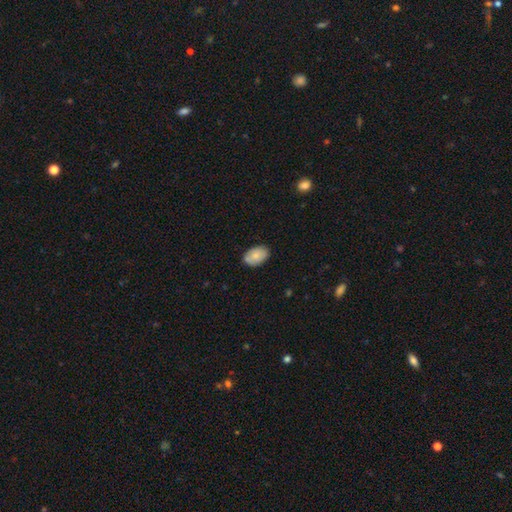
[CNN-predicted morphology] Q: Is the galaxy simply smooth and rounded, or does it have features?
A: smooth — 79%.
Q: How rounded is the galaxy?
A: in between — 89%.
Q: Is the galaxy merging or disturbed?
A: none — 76%.